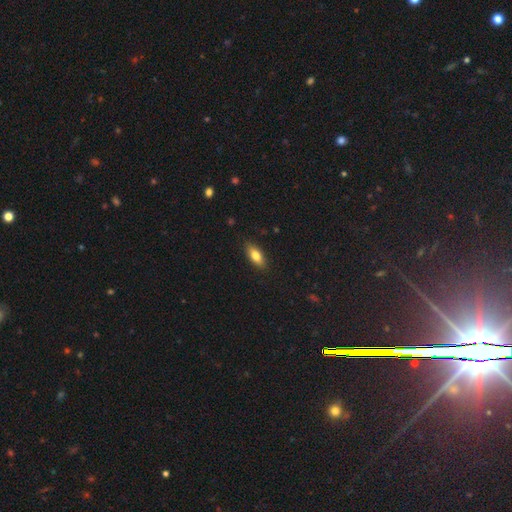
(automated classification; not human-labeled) Smooth or featured? smooth (78%)
How rounded? in between (80%)
Merging? none (87%)